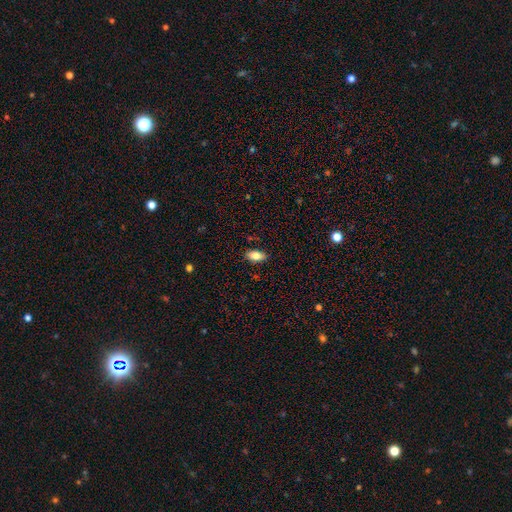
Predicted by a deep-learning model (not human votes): Smooth or featured? Predicted: smooth (p=0.82). How rounded? Predicted: in between (p=0.89). Merging? Predicted: none (p=0.85).